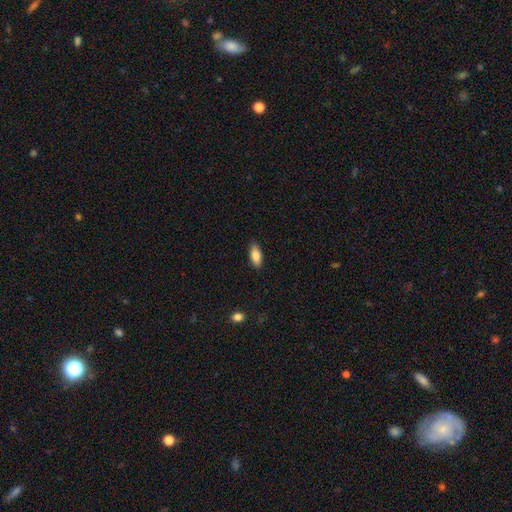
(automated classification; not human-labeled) Smooth or featured: smooth — 83% (featured or disk — 10%)
How rounded: in between — 86% (cigar-shaped — 12%)
Merging: none — 87% (minor disturbance — 10%)